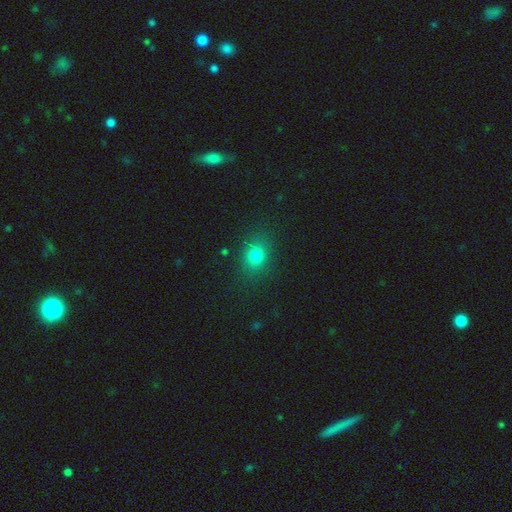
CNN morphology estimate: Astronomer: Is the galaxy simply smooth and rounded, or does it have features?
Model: smooth — 77%.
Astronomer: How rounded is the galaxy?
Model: round — 57% (runner-up: in between, 41%).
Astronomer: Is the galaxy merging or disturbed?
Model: none — 83%.